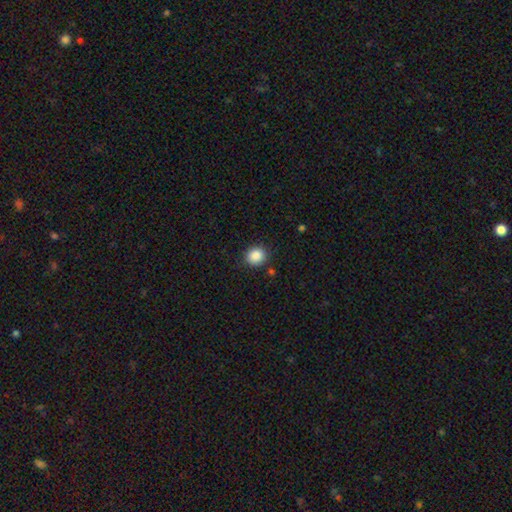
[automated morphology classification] Smooth or featured? Predicted: smooth (p=0.88). How rounded? Predicted: round (p=0.80). Merging? Predicted: none (p=0.87).